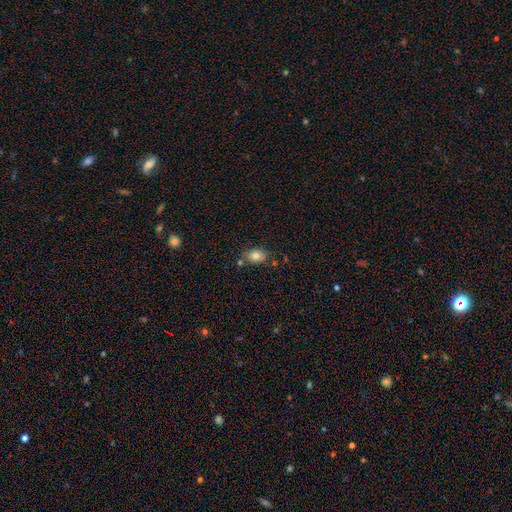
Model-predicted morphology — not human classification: Smooth or featured? smooth (80%)
How rounded? in between (72%)
Merging? none (72%)